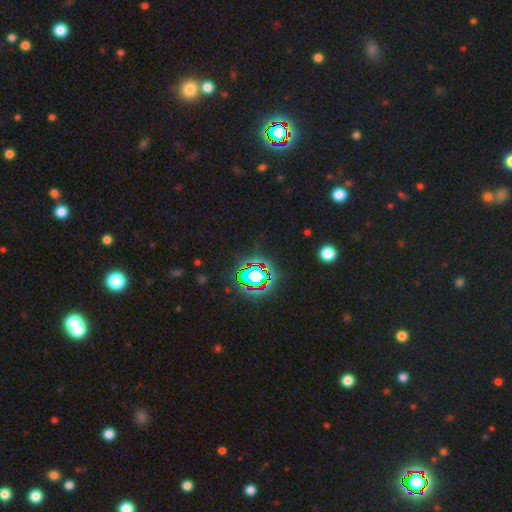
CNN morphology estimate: Smooth or featured? Predicted: star or artifact (p=0.78).